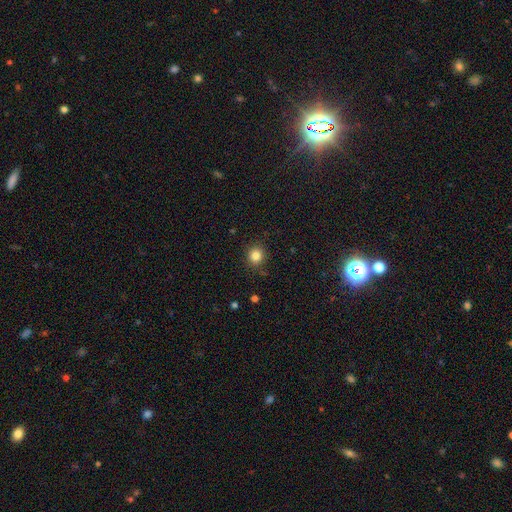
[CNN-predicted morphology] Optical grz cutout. It shows a smooth galaxy with no disk features (84%) that is round (87%). Merging: none (88%).